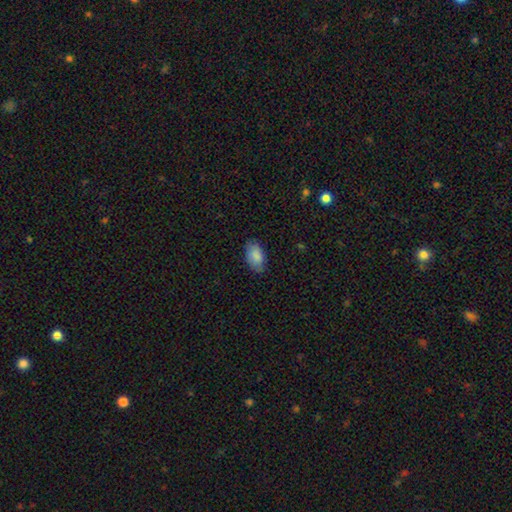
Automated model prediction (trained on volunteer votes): Smooth or featured? smooth (88%)
How rounded? in between (94%)
Merging? none (82%)